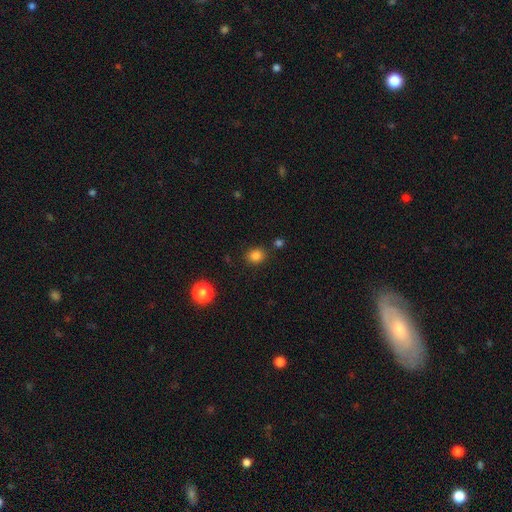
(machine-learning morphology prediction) Smooth or featured? Predicted: smooth (p=0.83). How rounded? Predicted: round (p=0.65). Merging? Predicted: none (p=0.83).